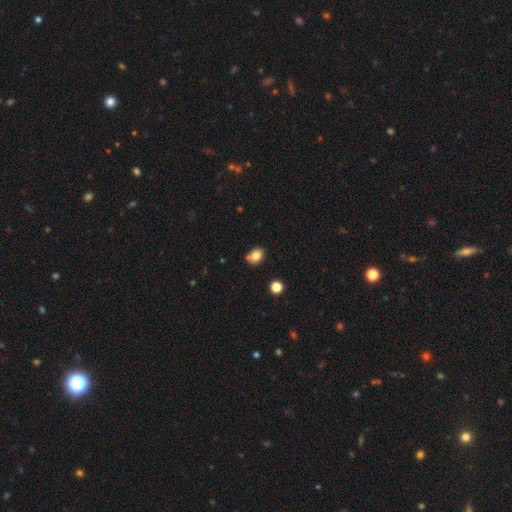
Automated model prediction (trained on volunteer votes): Smooth or featured?
  - smooth: 80% *
  - star or artifact: 11%
  - featured or disk: 8%
How rounded?
  - in between: 50% *
  - round: 49%
  - cigar-shaped: 1%
Merging?
  - none: 66% *
  - minor disturbance: 16%
  - merger: 15%
  - major disturbance: 4%